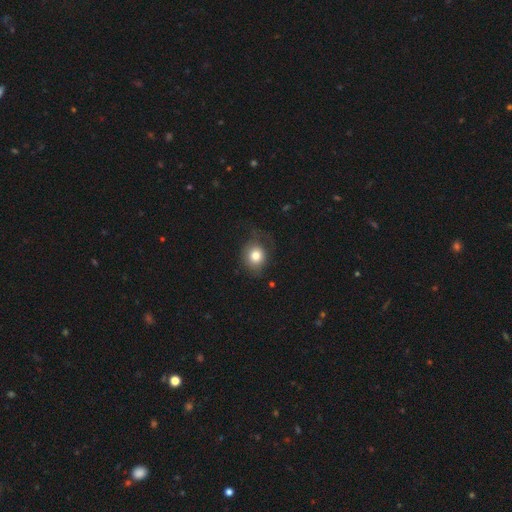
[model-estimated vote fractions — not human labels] Overall: smooth (78%). How rounded: round (70%). Merging: none (62%; minor disturbance 24%).